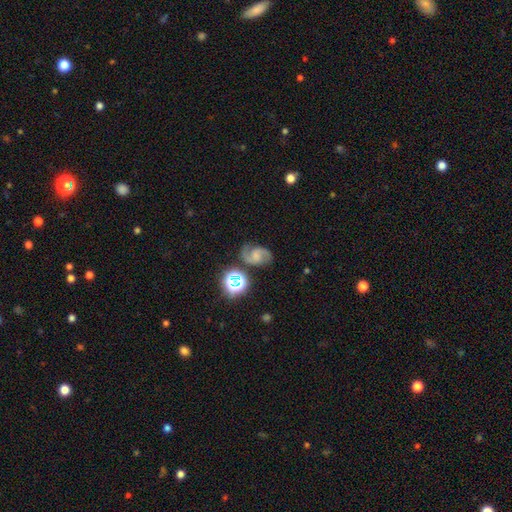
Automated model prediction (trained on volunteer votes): Smooth or featured?
  - featured or disk: 76% *
  - smooth: 13%
  - star or artifact: 11%
Edge-on disk?
  - no: 98% *
  - yes: 2%
Bar?
  - weak: 44% * (tied)
  - no: 44% * (tied)
  - strong: 11%
Spiral arms?
  - yes: 96% *
  - no: 4%
Spiral winding?
  - medium: 55% *
  - loose: 30%
  - tight: 16%
Spiral arm count?
  - 2: 91% *
  - can't tell: 3%
  - 1: 3%
  - 3: 1%
  - 4: 1%
  - more than 4: 1%
Bulge size?
  - none: 35% *
  - small: 31%
  - moderate: 25%
  - large: 7%
  - dominant: 2%
Merging?
  - none: 72% *
  - minor disturbance: 17%
  - major disturbance: 7%
  - merger: 4%